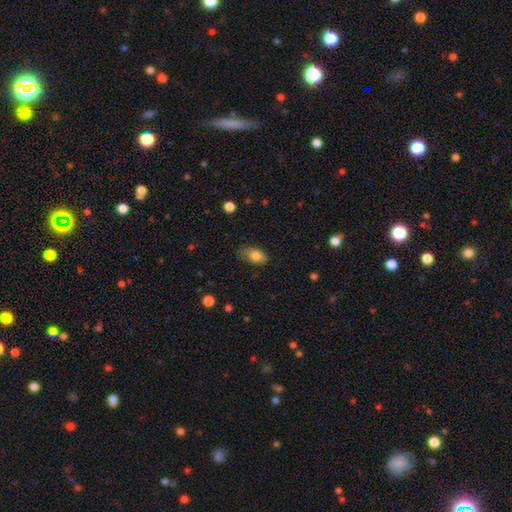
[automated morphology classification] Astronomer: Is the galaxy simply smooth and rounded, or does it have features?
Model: smooth — 81%.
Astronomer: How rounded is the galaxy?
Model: in between — 89%.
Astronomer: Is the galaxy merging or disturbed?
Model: none — 68%.